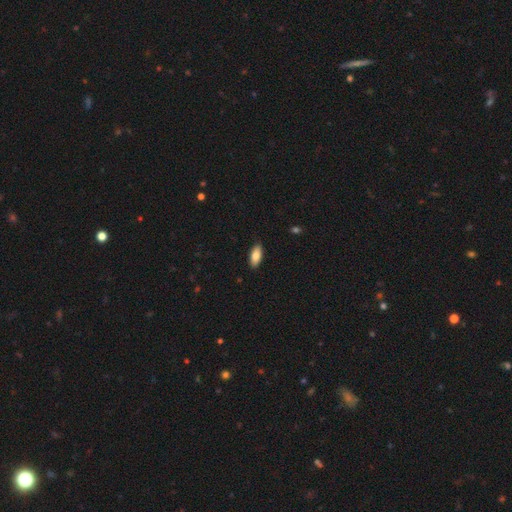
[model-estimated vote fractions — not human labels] A smooth galaxy with no disk features (82%) that is in between round and cigar-shaped (85%).

Vote fractions:
- Smooth or featured? smooth: 82% / featured or disk: 12% / star or artifact: 6%
- How rounded? in between: 85% / cigar-shaped: 13% / round: 2%
- Merging? none: 89% / minor disturbance: 9% / major disturbance: 2% / merger: 1%